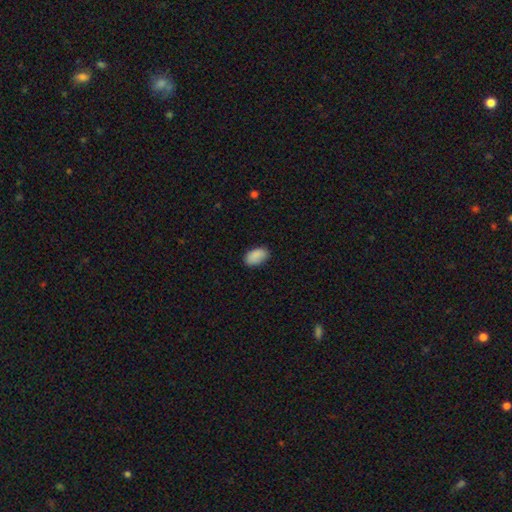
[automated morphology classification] Smooth or featured?
  - smooth: 89% *
  - star or artifact: 7%
  - featured or disk: 4%
How rounded?
  - in between: 93% *
  - round: 6%
  - cigar-shaped: 2%
Merging?
  - none: 82% *
  - minor disturbance: 15%
  - major disturbance: 3%
  - merger: 1%